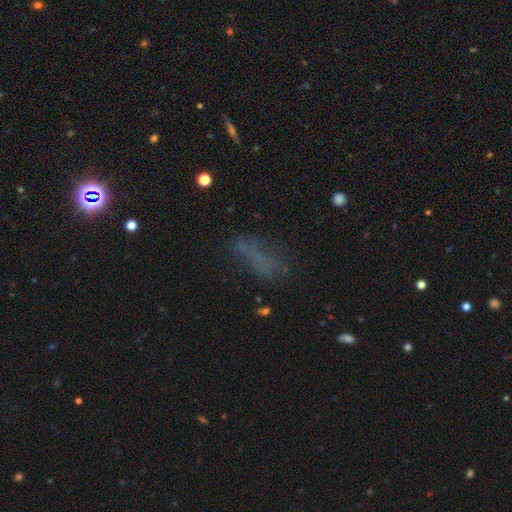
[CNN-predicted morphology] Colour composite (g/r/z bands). It shows a smooth galaxy with no disk features (46%). Merging: none (52%).